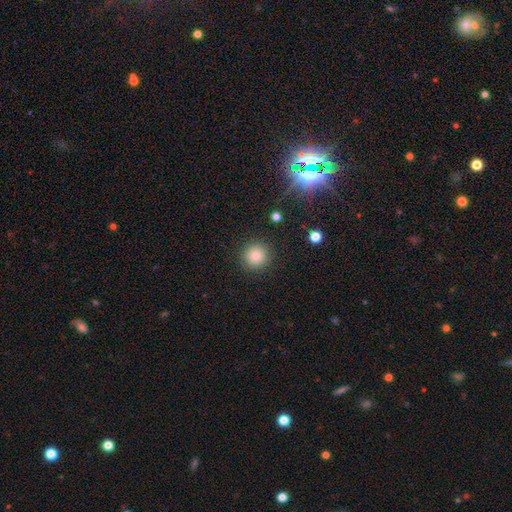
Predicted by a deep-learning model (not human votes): This is clearly a smooth galaxy (85%). How rounded: clearly round (94%). Merging: clearly none (90%).